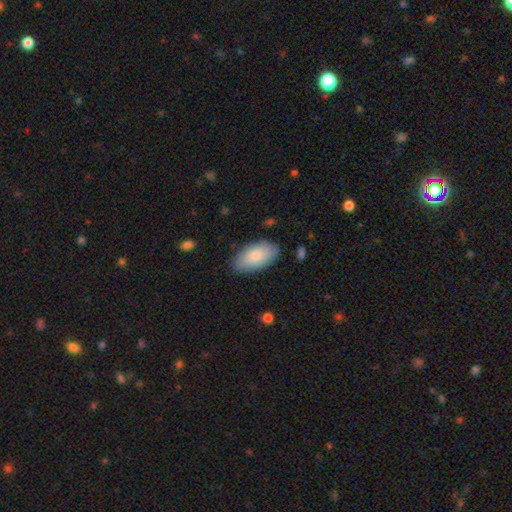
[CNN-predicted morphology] Q: Smooth or featured?
A: smooth (84%); runner-up: featured or disk (11%)
Q: How rounded?
A: in between (95%); runner-up: round (2%)
Q: Merging?
A: none (83%); runner-up: minor disturbance (13%)